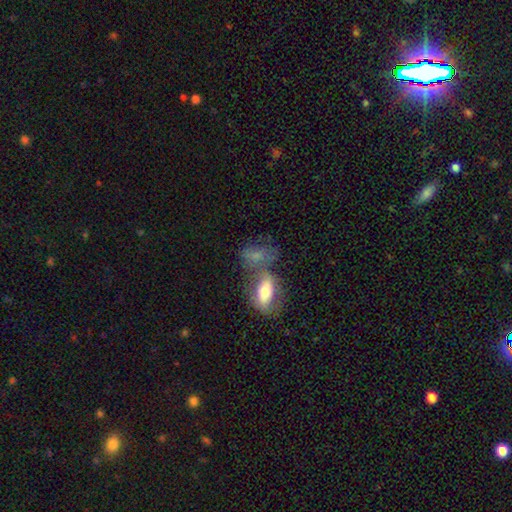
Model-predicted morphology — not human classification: This appears to be a smooth galaxy with no disk features (65%) that is in between round and cigar-shaped (80%). Merging: merger (44%).